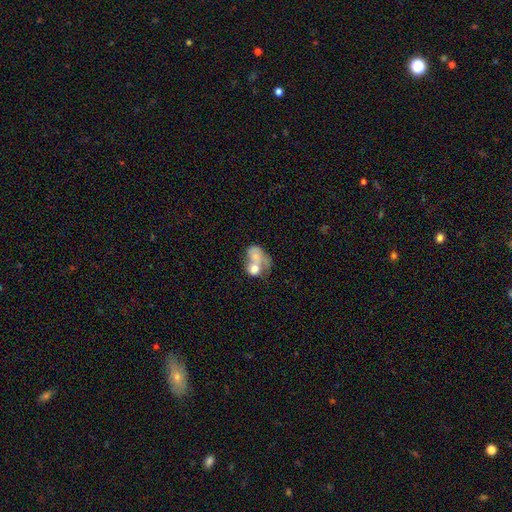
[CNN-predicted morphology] A smooth galaxy with no disk features (55%) that is in between round and cigar-shaped (61%).

Vote fractions:
- Smooth or featured? smooth: 55% / featured or disk: 37% / star or artifact: 8%
- How rounded? in between: 61% / round: 37% / cigar-shaped: 1%
- Merging? merger: 72% / major disturbance: 11% / none: 10% / minor disturbance: 7%